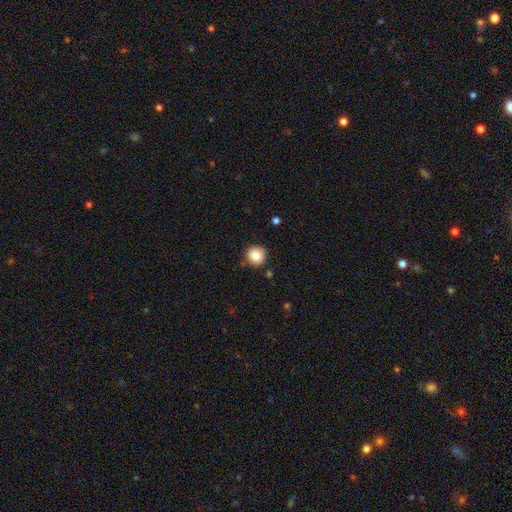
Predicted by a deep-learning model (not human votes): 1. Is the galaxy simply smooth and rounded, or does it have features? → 84% smooth, 9% star or artifact, 6% featured or disk.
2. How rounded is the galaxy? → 95% round, 4% in between, 1% cigar-shaped.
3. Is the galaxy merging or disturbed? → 88% none, 8% minor disturbance, 2% merger, 2% major disturbance.